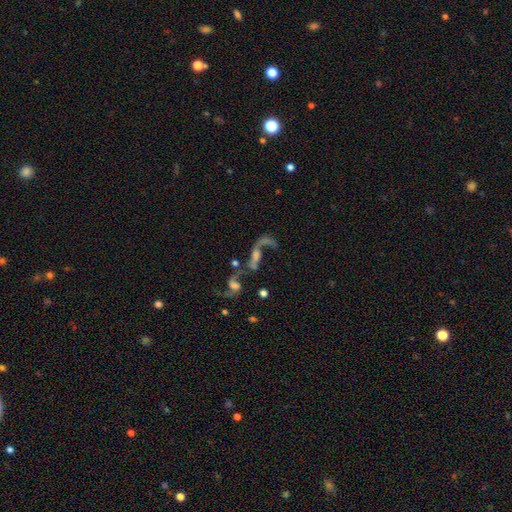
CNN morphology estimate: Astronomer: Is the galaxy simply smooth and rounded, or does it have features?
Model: featured or disk — 61%.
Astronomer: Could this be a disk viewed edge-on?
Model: no — 88%.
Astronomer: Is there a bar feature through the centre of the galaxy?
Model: no — 63%.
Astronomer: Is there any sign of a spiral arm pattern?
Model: yes — 66%.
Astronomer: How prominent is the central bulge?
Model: small — 32% (runner-up: moderate, 31%).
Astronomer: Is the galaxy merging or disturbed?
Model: merger — 49%.